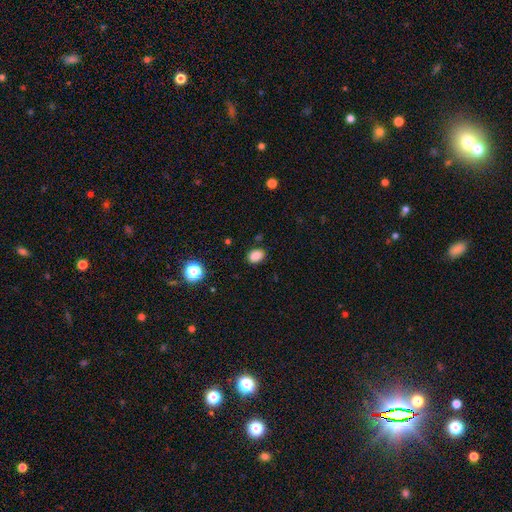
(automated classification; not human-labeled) The model was most divided on "how rounded": in between: 69%, round: 30%, cigar-shaped: 1%. More confident: merging — none (86%); smooth or featured — smooth (85%).